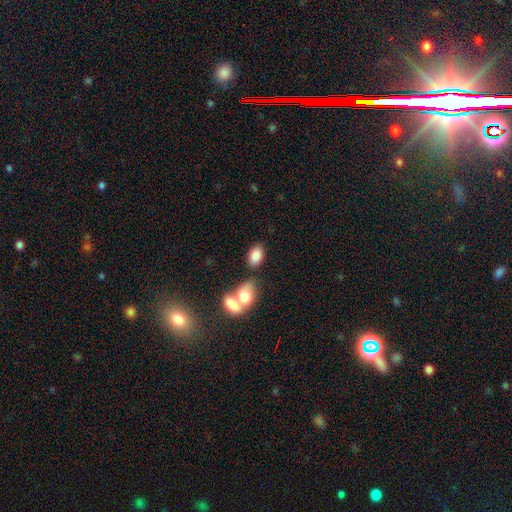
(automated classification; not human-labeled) Q: Smooth or featured?
A: smooth (84%); runner-up: featured or disk (8%)
Q: How rounded?
A: in between (89%); runner-up: round (10%)
Q: Merging?
A: none (57%); runner-up: merger (26%)